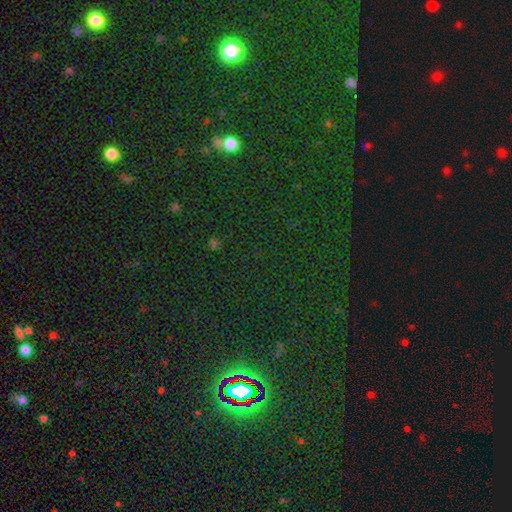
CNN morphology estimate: Smooth or featured? star or artifact (78%)